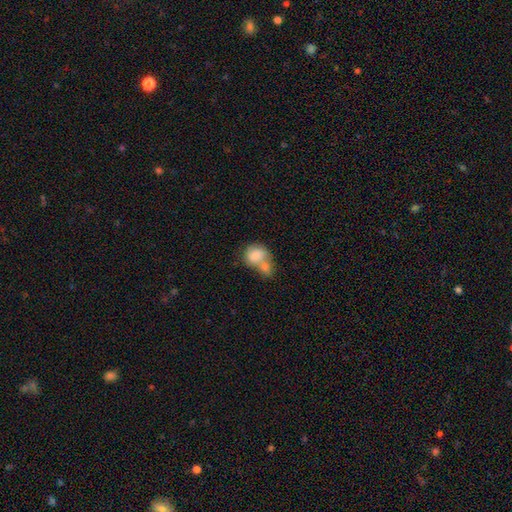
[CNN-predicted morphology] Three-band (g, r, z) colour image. It shows a smooth galaxy with no disk features (78%) that is round (50%). Merging: merger (66%).